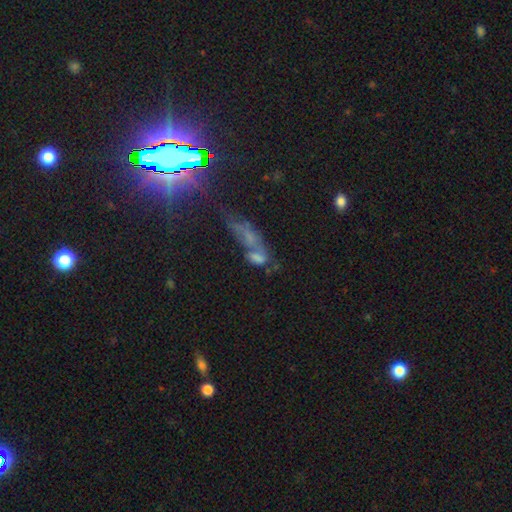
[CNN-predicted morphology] Overall: smooth (45%; featured or disk 29%). Merging: merger (49%; none 21%).